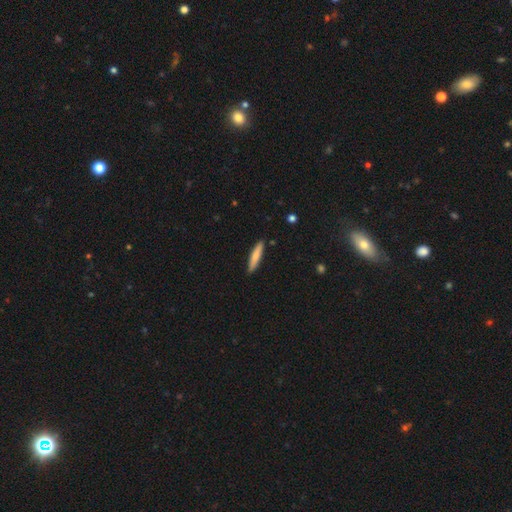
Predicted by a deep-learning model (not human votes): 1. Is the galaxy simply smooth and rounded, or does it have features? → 75% smooth, 20% featured or disk, 5% star or artifact.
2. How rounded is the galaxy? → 87% cigar-shaped, 12% in between, 1% round.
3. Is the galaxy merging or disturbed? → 89% none, 8% minor disturbance, 1% major disturbance, 1% merger.